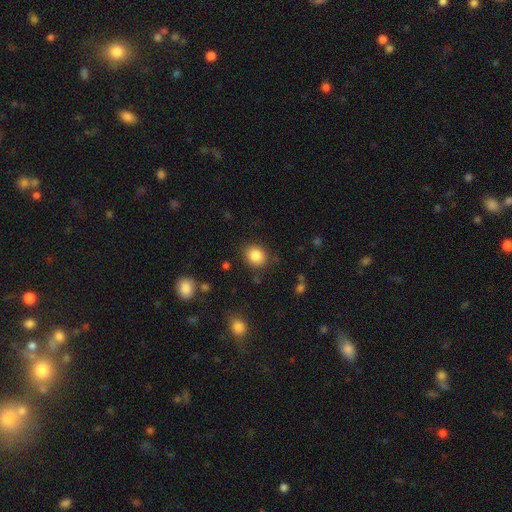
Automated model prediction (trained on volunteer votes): A smooth galaxy with no disk features (85%) that is round (65%).

Vote fractions:
- Smooth or featured? smooth: 85% / star or artifact: 10% / featured or disk: 5%
- How rounded? round: 65% / in between: 34% / cigar-shaped: 1%
- Merging? none: 86% / minor disturbance: 9% / major disturbance: 3% / merger: 2%